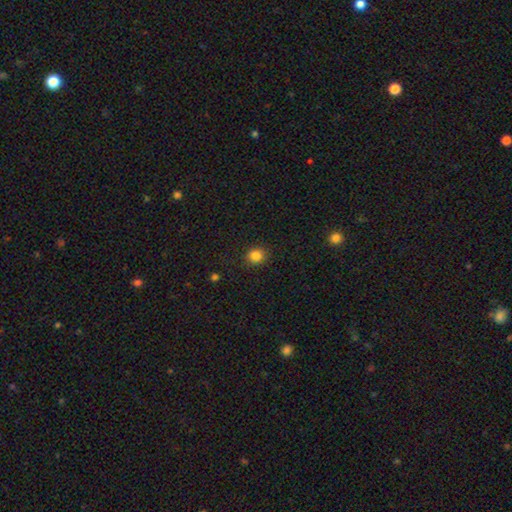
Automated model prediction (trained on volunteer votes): Smooth or featured?
  - smooth: 84% *
  - star or artifact: 11%
  - featured or disk: 5%
How rounded?
  - round: 81% *
  - in between: 18%
  - cigar-shaped: 1%
Merging?
  - none: 89% *
  - minor disturbance: 8%
  - major disturbance: 2%
  - merger: 1%